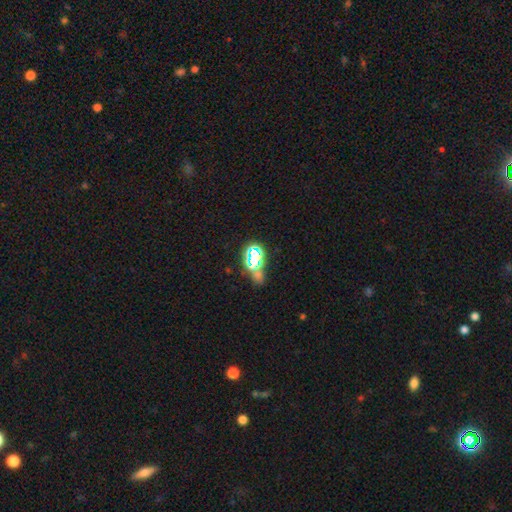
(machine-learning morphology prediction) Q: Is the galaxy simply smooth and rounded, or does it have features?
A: star or artifact — 52%.